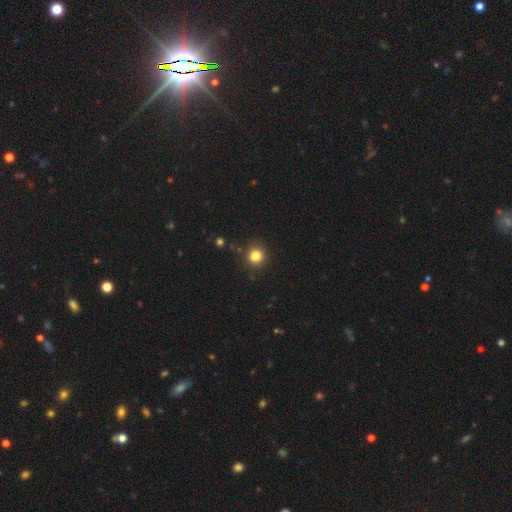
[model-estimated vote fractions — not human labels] Smooth or featured? smooth (82%)
How rounded? round (90%)
Merging? none (86%)